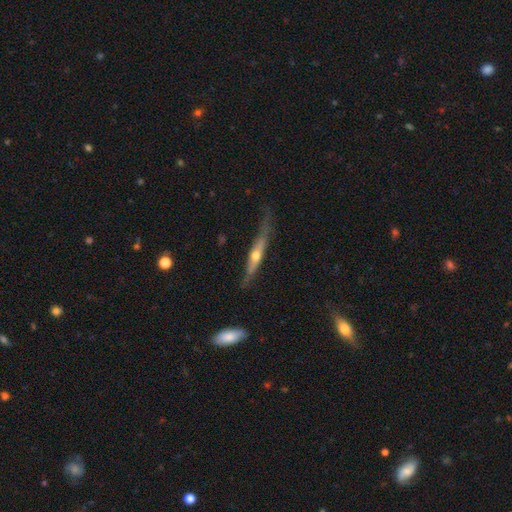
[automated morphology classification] smooth-or-featured: featured or disk: 62% | smooth: 32% | star or artifact: 5%
  disk-edge-on: yes: 89% | no: 11%
    edge-on-bulge: rounded: 87% | none: 9% | boxy: 3%
  merging: none: 63% | minor disturbance: 26% | major disturbance: 9% | merger: 2%